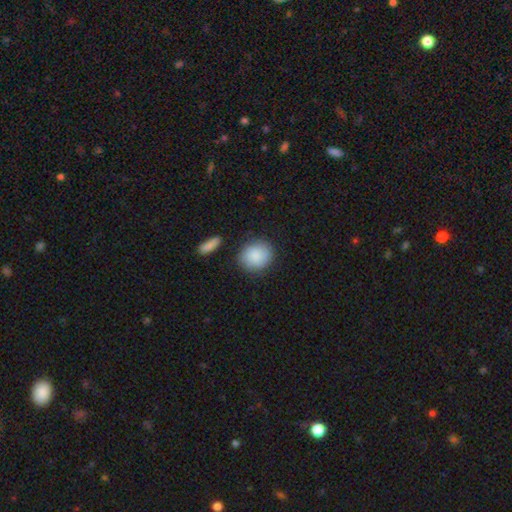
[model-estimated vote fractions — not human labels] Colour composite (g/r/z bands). It shows a smooth galaxy with no disk features (87%) that is round (76%). Merging: none (81%).